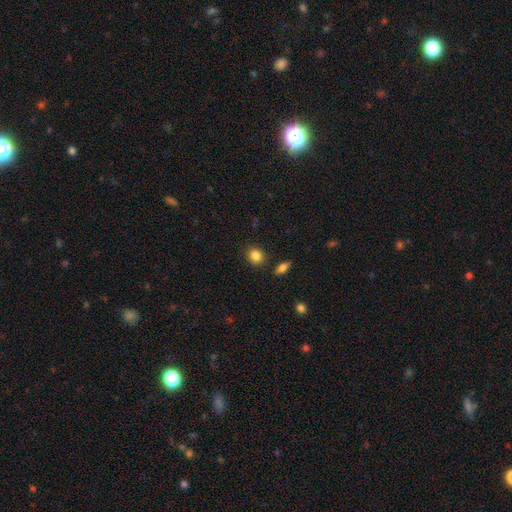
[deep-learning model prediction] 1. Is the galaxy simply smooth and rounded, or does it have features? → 86% smooth, 9% star or artifact, 5% featured or disk.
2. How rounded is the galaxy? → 59% round, 40% in between, 1% cigar-shaped.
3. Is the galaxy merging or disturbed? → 85% none, 9% minor disturbance, 4% merger, 3% major disturbance.